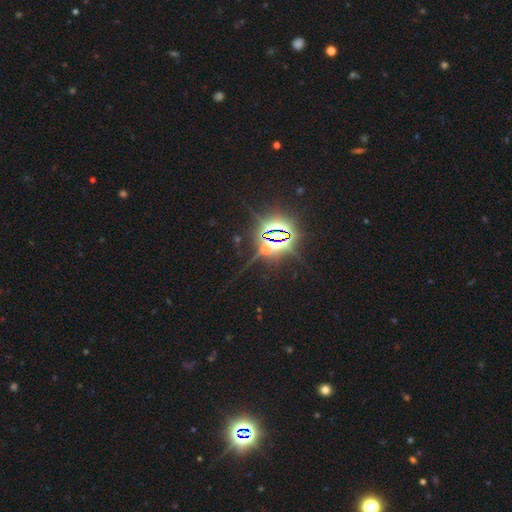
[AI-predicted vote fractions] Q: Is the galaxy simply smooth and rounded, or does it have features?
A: star or artifact — 85%.